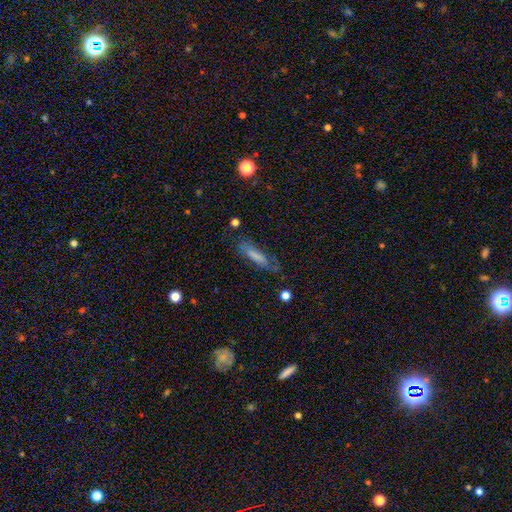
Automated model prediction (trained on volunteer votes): Smooth or featured?
  - smooth: 65% *
  - featured or disk: 26%
  - star or artifact: 9%
How rounded?
  - cigar-shaped: 72% *
  - in between: 26%
  - round: 2%
Merging?
  - none: 61% *
  - minor disturbance: 25%
  - major disturbance: 12%
  - merger: 3%